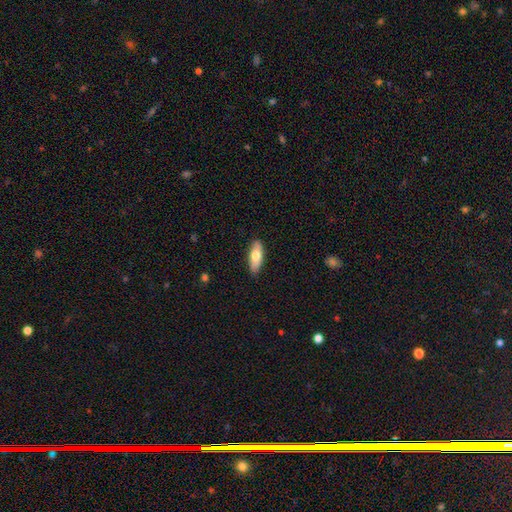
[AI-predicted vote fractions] Morphology: type=smooth (67%); roundness=in between (70%); merging=none (86%).